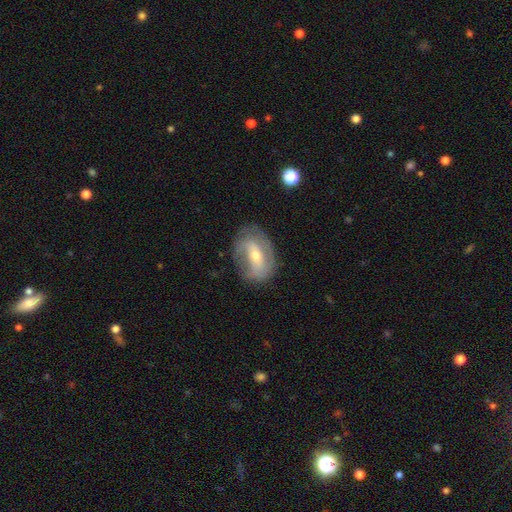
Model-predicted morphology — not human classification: The model was most divided on "bar" (2-way tie): strong: 38%, weak: 38%, no: 24%. More confident: edge-on disk — no (93%); spiral arms — yes (73%); smooth or featured — featured or disk (68%); merging — none (68%); bulge size — moderate (57%).